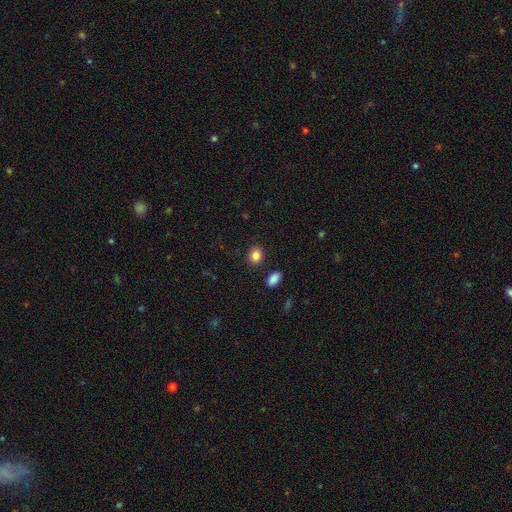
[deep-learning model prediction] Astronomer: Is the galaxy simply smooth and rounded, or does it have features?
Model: smooth — 86%.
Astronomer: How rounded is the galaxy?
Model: round — 58% (runner-up: in between, 41%).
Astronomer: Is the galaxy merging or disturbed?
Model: none — 87%.